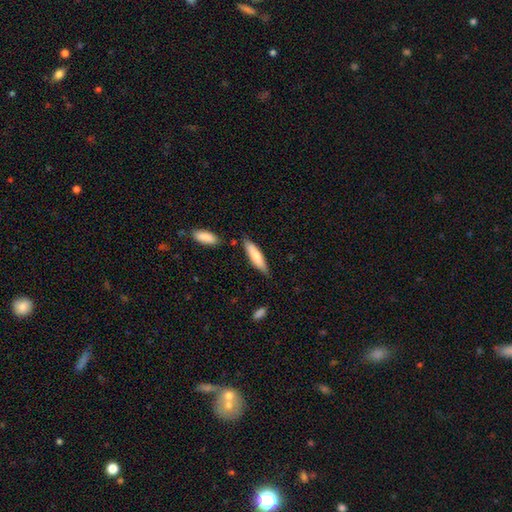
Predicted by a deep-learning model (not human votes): A smooth galaxy with no disk features (75%) that is cigar-shaped (73%).

Vote fractions:
- Smooth or featured? smooth: 75% / featured or disk: 19% / star or artifact: 6%
- How rounded? cigar-shaped: 73% / in between: 26% / round: 1%
- Merging? none: 75% / minor disturbance: 16% / merger: 6% / major disturbance: 3%